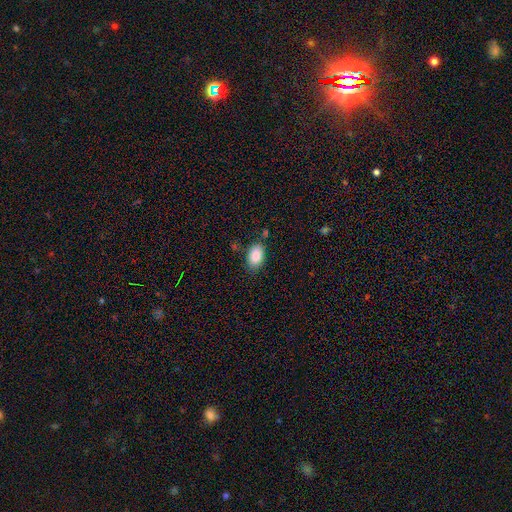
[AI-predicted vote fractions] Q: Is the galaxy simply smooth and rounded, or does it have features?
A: smooth — 88%.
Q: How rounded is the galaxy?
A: in between — 92%.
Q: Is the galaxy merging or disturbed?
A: none — 78%.